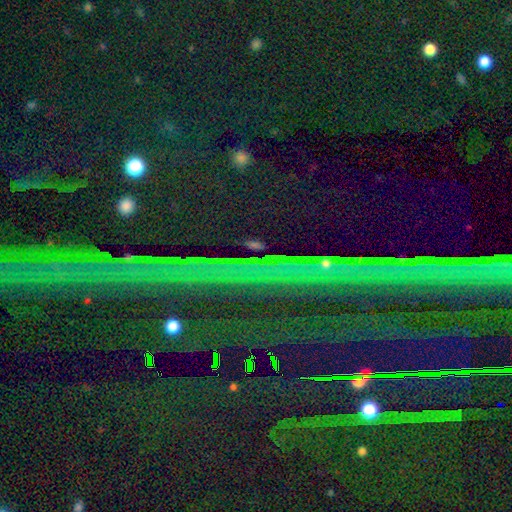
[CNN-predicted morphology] This is clearly a star or artifact rather than a galaxy (86%).